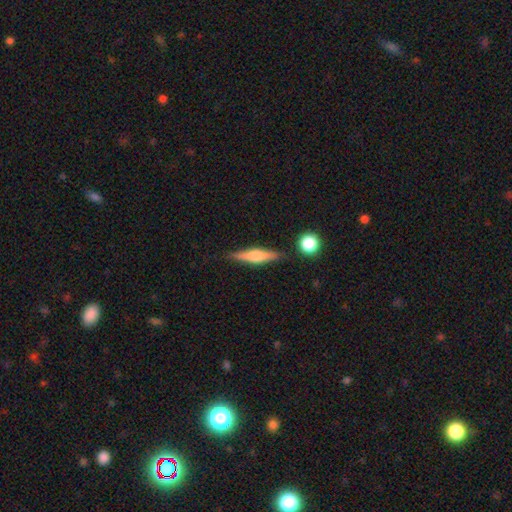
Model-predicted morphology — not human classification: This is possibly a featured or disk galaxy (52%). It is clearly viewed edge-on (96%). Edge-on bulge: clearly rounded (81%). Merging: clearly none (84%).